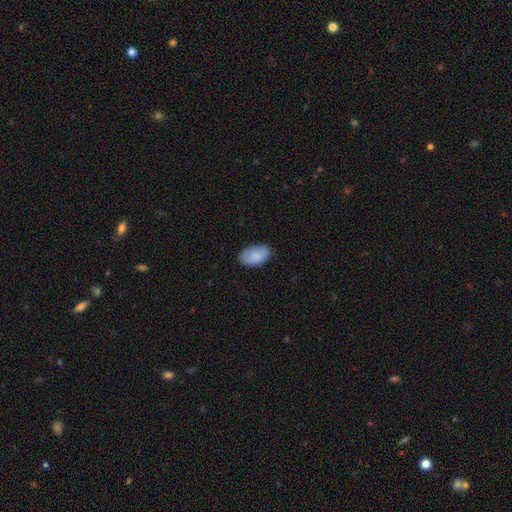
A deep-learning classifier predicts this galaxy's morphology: Overall: smooth (87%). How rounded: in between (94%). Merging: none (81%).